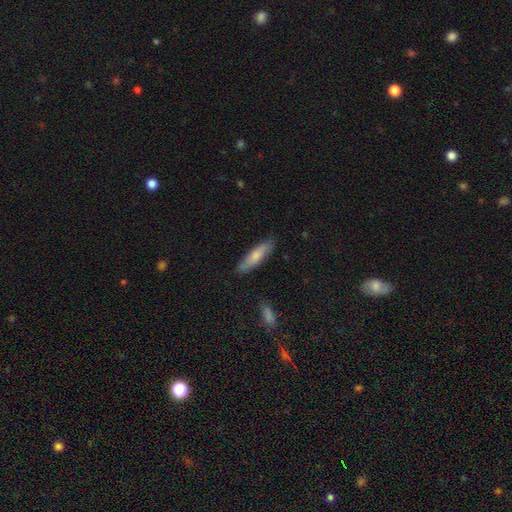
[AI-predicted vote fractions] Smooth or featured? smooth (71%)
How rounded? cigar-shaped (74%)
Merging? none (84%)